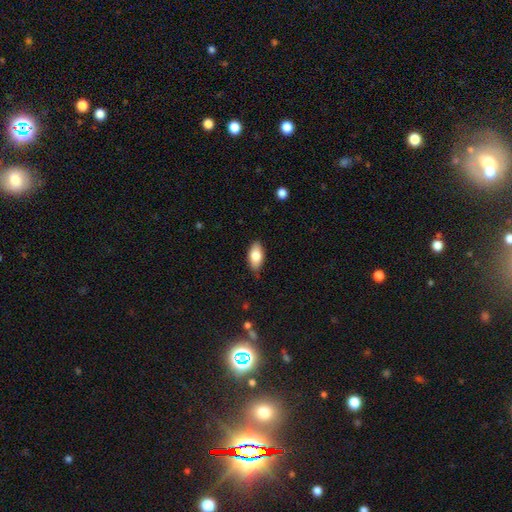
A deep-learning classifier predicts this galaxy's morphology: Q: Smooth or featured?
A: smooth (79%); runner-up: featured or disk (15%)
Q: How rounded?
A: in between (90%); runner-up: cigar-shaped (7%)
Q: Merging?
A: none (83%); runner-up: minor disturbance (14%)